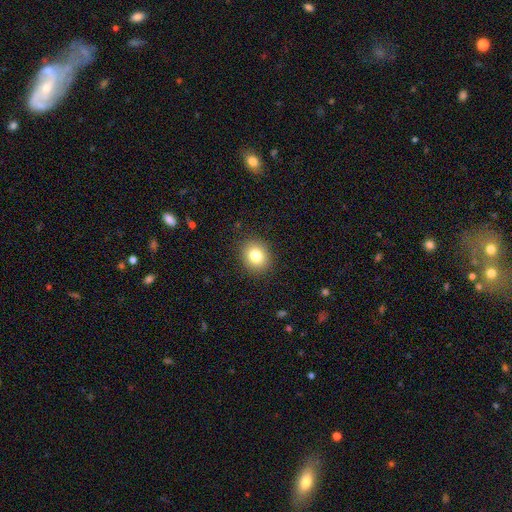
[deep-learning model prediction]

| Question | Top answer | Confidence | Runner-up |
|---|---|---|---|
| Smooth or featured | smooth | 80% | star or artifact (11%) |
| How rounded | round | 69% | in between (31%) |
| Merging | none | 90% | minor disturbance (7%) |